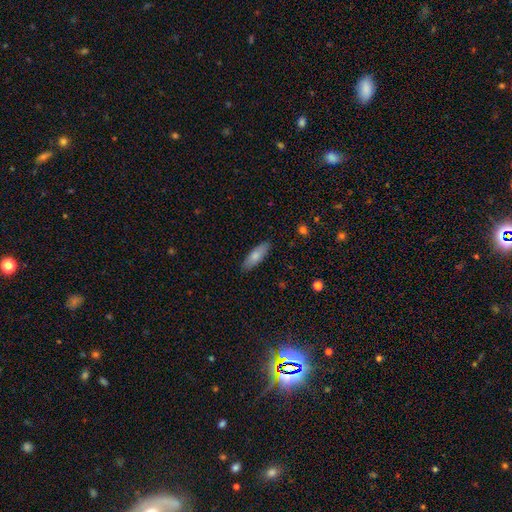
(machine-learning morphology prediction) Smooth or featured?
  - smooth: 77% *
  - featured or disk: 17%
  - star or artifact: 6%
How rounded?
  - in between: 53% *
  - cigar-shaped: 45%
  - round: 2%
Merging?
  - none: 87% *
  - minor disturbance: 10%
  - major disturbance: 2%
  - merger: 1%